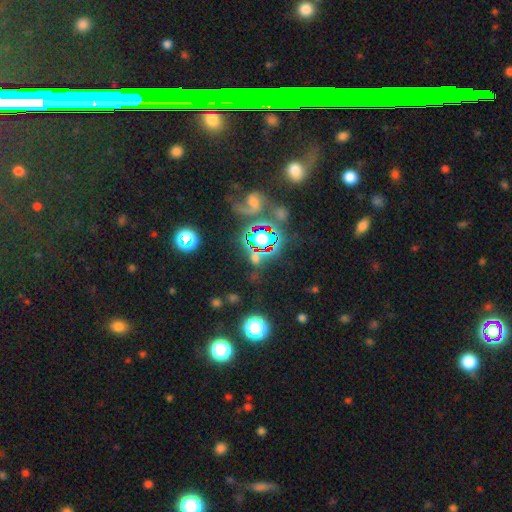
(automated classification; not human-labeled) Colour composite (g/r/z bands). It shows a star or artifact, not a galaxy (55%).